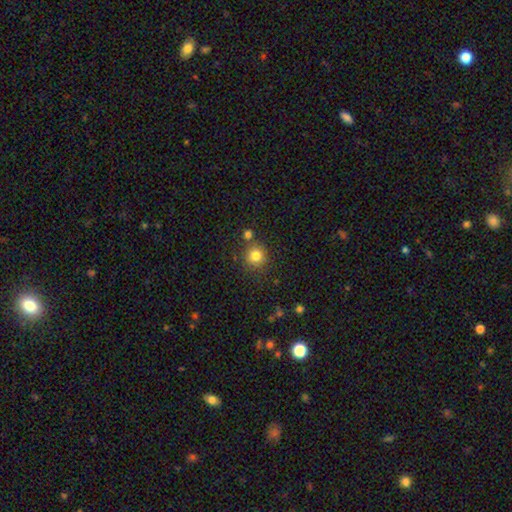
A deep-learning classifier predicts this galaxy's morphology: Q: Smooth or featured?
A: smooth (81%); runner-up: star or artifact (13%)
Q: How rounded?
A: round (92%); runner-up: in between (7%)
Q: Merging?
A: none (78%); runner-up: merger (10%)